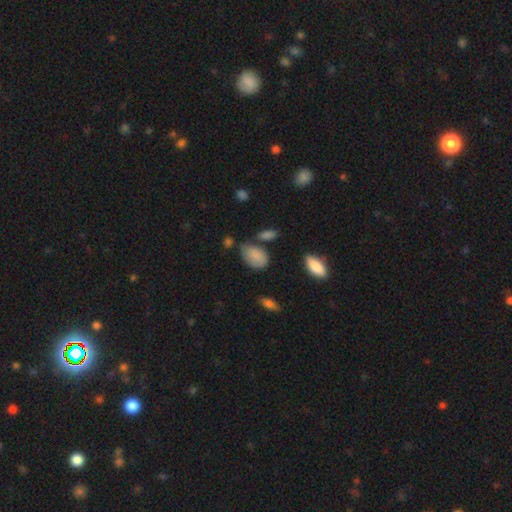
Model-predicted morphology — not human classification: smooth_or_featured: smooth (p=0.81) [alt: featured or disk p=0.11]
how_rounded: in between (p=0.86) [alt: round p=0.12]
merging: none (p=0.56) [alt: minor disturbance p=0.27]